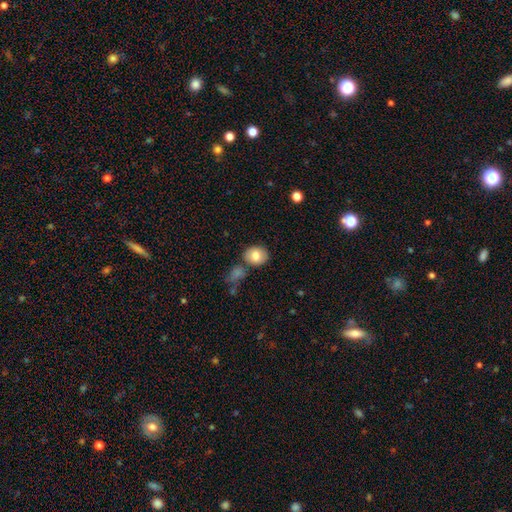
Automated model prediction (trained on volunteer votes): Morphology: type=smooth (80%); roundness=round (55%); merging=none (74%).